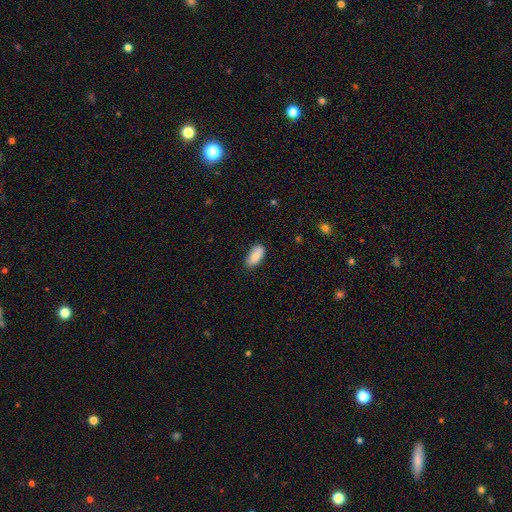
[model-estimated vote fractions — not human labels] This appears to be a smooth galaxy with no disk features (82%) that is in between round and cigar-shaped (93%). Merging: none (80%).